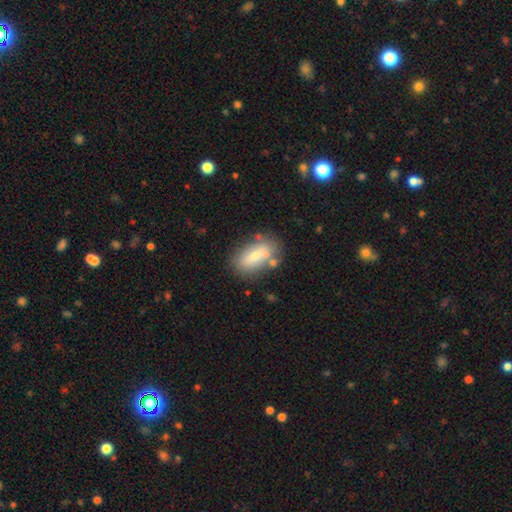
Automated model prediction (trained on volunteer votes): Q: Smooth or featured?
A: smooth (65%); runner-up: featured or disk (27%)
Q: How rounded?
A: in between (88%); runner-up: round (7%)
Q: Merging?
A: none (62%); runner-up: minor disturbance (18%)